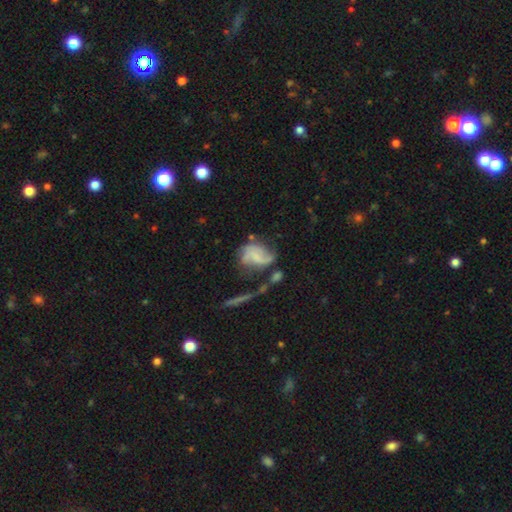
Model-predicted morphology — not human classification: This is likely a featured or disk galaxy (61%). It is clearly not viewed edge-on (97%). Bar: possibly no (57%). Spiral arm pattern: clearly yes (85%). Central bulge: marginally none (41%). Merging: marginally none (40%).